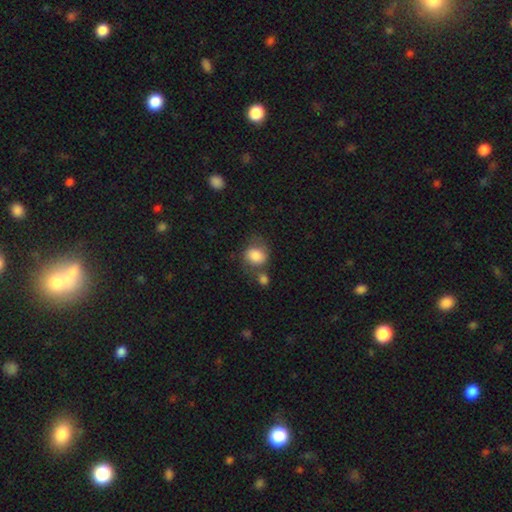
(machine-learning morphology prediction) This appears to be a smooth galaxy with no disk features (78%) that is round (63%). Merging: none (44%).